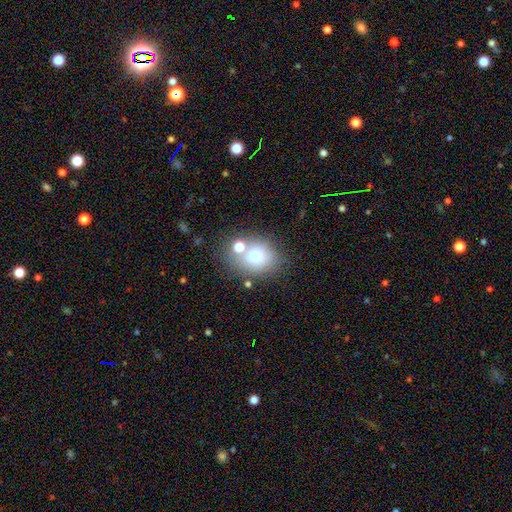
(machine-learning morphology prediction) Smooth or featured? Predicted: smooth (p=0.69). How rounded? Predicted: round (p=0.57). Merging? Predicted: none (p=0.60).